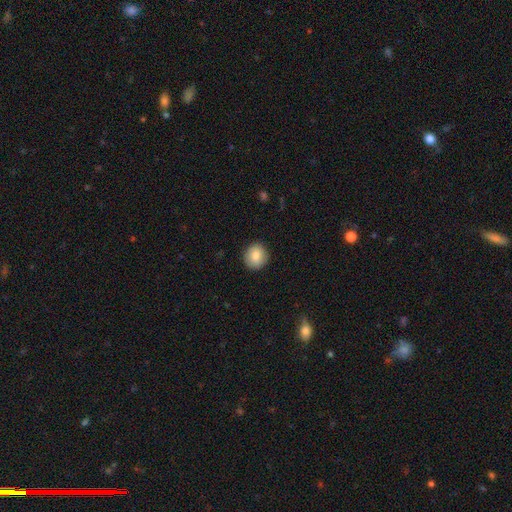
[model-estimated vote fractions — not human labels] Smooth or featured: smooth — 84% (featured or disk — 8%)
How rounded: round — 89% (in between — 10%)
Merging: none — 90% (minor disturbance — 7%)